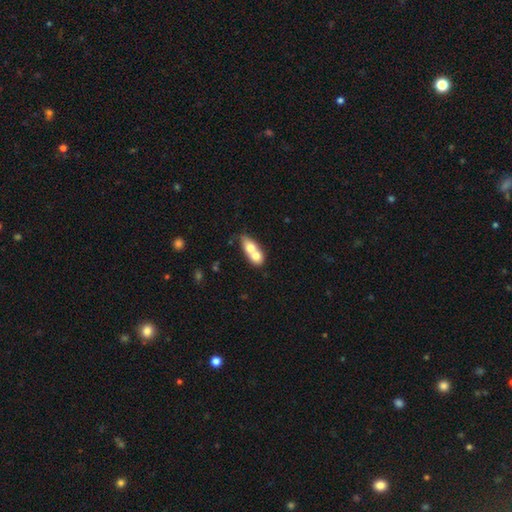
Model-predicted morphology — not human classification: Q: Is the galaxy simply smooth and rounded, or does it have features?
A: smooth — 66%.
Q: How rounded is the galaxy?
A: in between — 64%.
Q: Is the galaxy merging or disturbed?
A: merger — 75%.